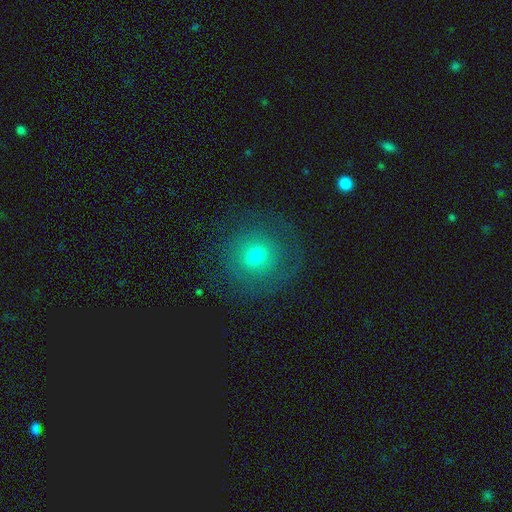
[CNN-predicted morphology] This appears to be a smooth galaxy with no disk features (52%) that is round (87%). Merging: none (75%).